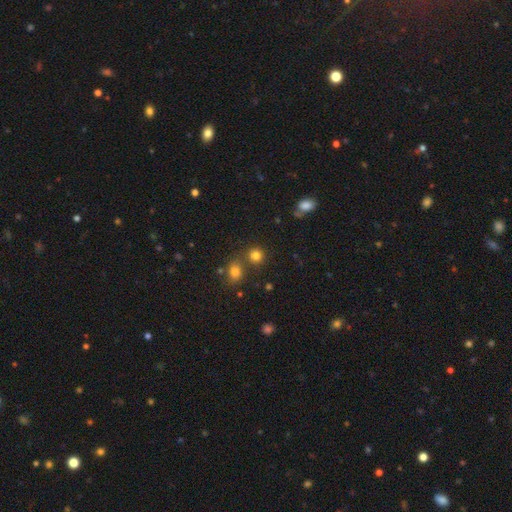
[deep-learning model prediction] smooth-or-featured: smooth: 79% | star or artifact: 15% | featured or disk: 6%
  how-rounded: round: 87% | in between: 12% | cigar-shaped: 1%
  merging: none: 71% | merger: 18% | minor disturbance: 8% | major disturbance: 3%